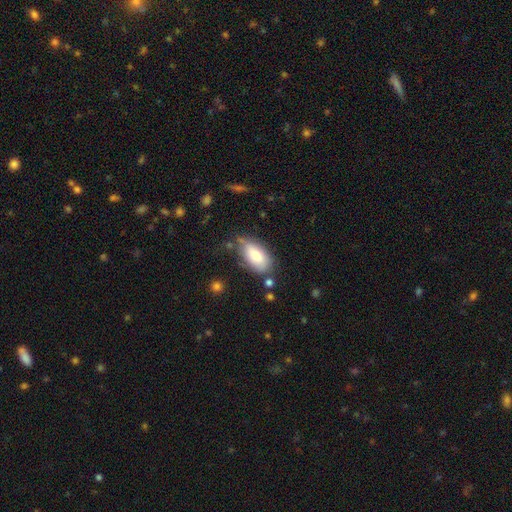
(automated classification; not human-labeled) Morphology: type=smooth (80%); roundness=in between (92%); merging=none (63%).